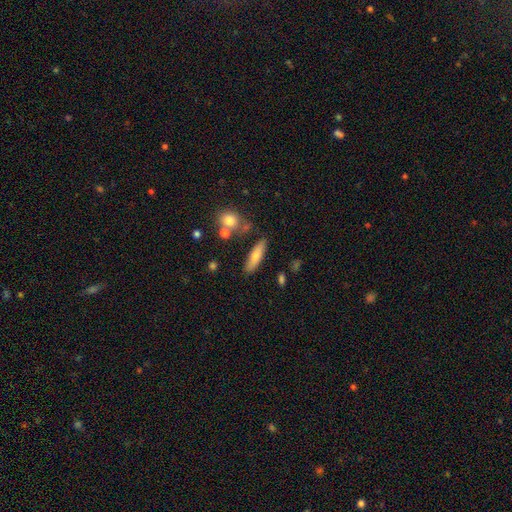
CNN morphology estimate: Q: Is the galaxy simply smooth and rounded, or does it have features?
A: smooth — 68%.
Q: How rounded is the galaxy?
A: cigar-shaped — 62%.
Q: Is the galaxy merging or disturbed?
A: none — 79%.